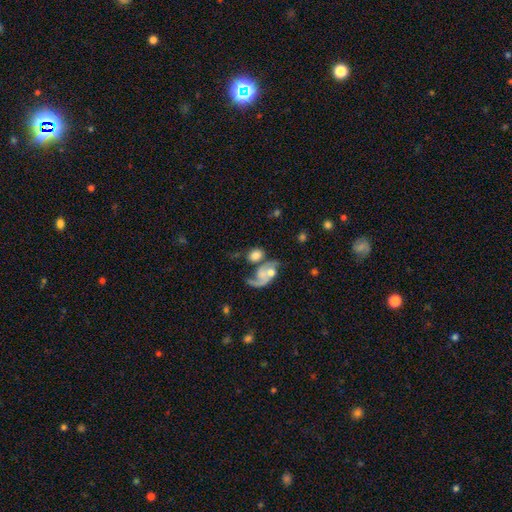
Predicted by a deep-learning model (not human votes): smooth_or_featured: smooth (p=0.53) [alt: featured or disk p=0.37]
how_rounded: in between (p=0.56) [alt: round p=0.42]
merging: merger (p=0.46) [alt: none p=0.28]